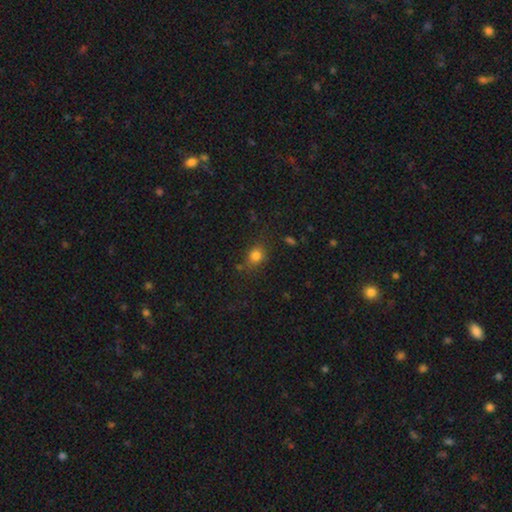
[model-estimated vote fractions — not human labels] Smooth or featured? smooth (80%)
How rounded? round (60%)
Merging? none (75%)